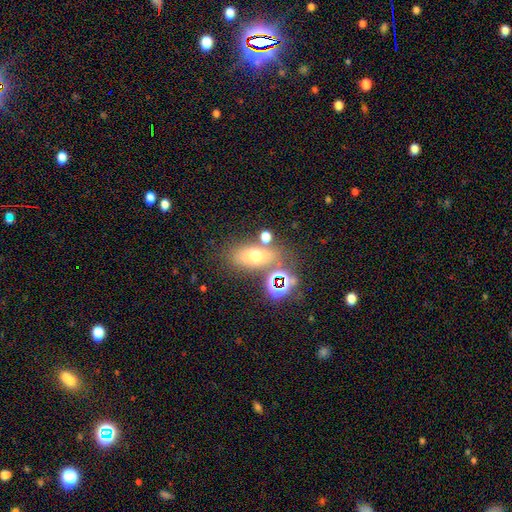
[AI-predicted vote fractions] smooth 57%, star or artifact 23%, featured or disk 19%. Down the decision tree: how rounded — in between (70%); merging — none (65%).